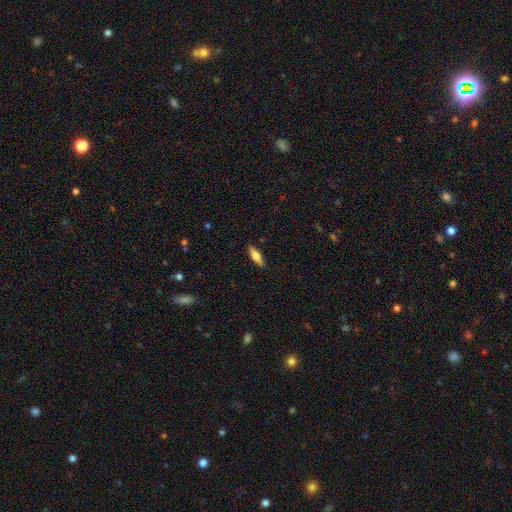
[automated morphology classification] smooth_or_featured: smooth (p=0.65) [alt: featured or disk p=0.29]
how_rounded: in between (p=0.50) [alt: cigar-shaped p=0.48]
merging: none (p=0.89) [alt: minor disturbance p=0.08]